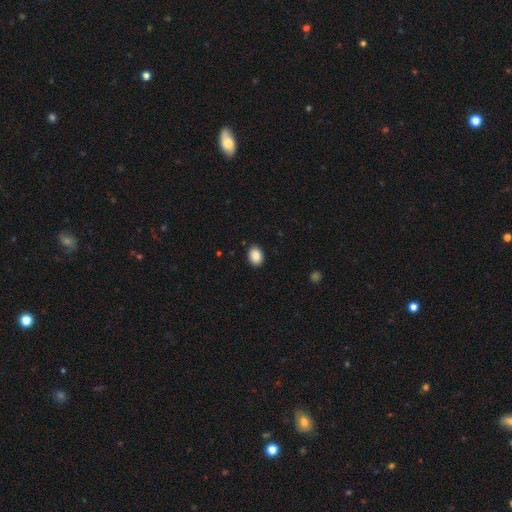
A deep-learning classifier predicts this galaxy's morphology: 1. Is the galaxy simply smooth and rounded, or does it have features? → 89% smooth, 8% star or artifact, 3% featured or disk.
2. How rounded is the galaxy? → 72% in between, 28% round, 1% cigar-shaped.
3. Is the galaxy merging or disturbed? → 89% none, 8% minor disturbance, 2% major disturbance, 1% merger.